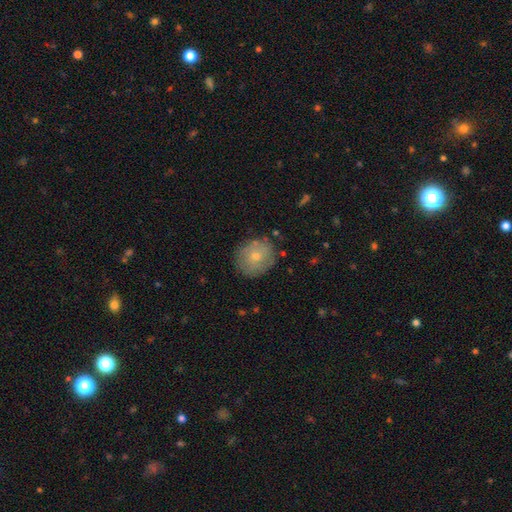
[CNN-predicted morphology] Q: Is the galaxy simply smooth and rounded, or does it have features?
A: smooth — 64%.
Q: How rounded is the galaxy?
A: round — 76%.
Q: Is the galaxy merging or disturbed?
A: none — 79%.